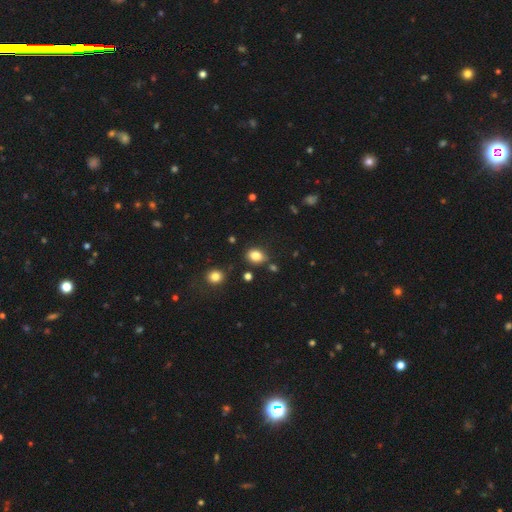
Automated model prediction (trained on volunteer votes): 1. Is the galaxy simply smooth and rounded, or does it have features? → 83% smooth, 11% star or artifact, 6% featured or disk.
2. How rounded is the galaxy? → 67% in between, 31% round, 1% cigar-shaped.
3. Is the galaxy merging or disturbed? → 78% none, 14% minor disturbance, 5% merger, 3% major disturbance.